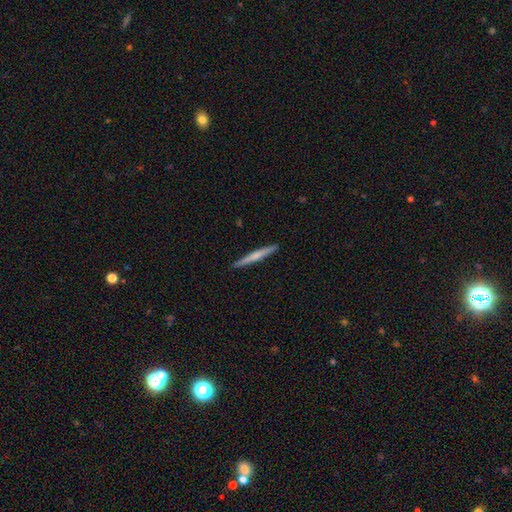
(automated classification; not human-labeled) Smooth or featured? smooth (53%)
How rounded? cigar-shaped (96%)
Merging? none (92%)